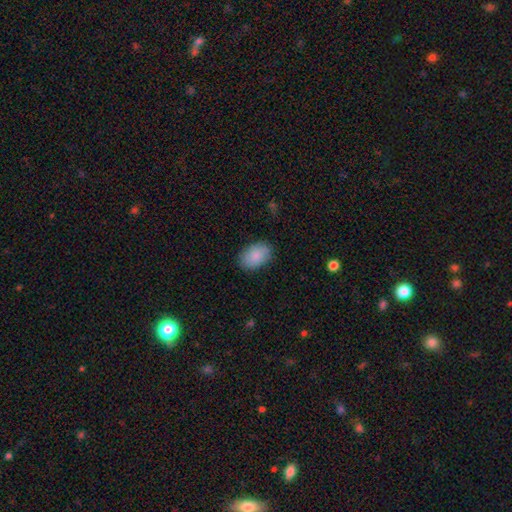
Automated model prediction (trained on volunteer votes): The model was most divided on "merging": none: 87%, minor disturbance: 10%, major disturbance: 2%, merger: 1%. More confident: how rounded — in between (90%); smooth or featured — smooth (88%).